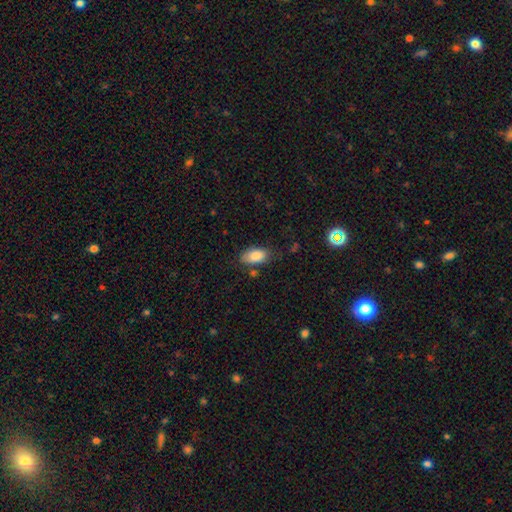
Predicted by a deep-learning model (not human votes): A smooth galaxy with no disk features (85%) that is in between round and cigar-shaped (93%).

Vote fractions:
- Smooth or featured? smooth: 85% / featured or disk: 7% / star or artifact: 7%
- How rounded? in between: 93% / round: 4% / cigar-shaped: 3%
- Merging? none: 71% / minor disturbance: 20% / major disturbance: 5% / merger: 4%